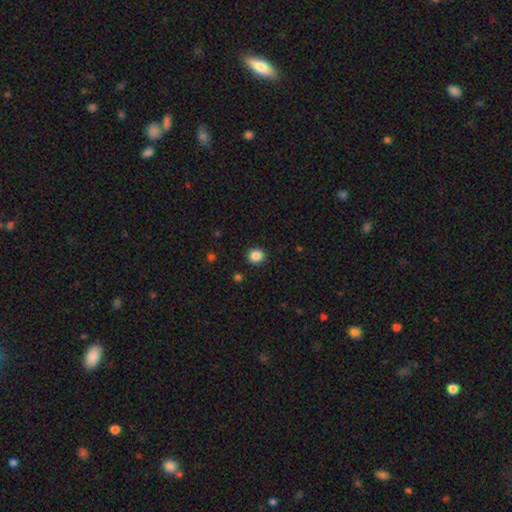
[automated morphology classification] Smooth or featured? smooth (87%)
How rounded? round (91%)
Merging? none (90%)